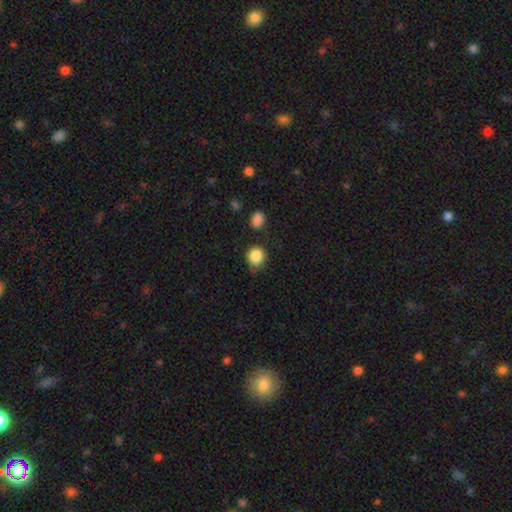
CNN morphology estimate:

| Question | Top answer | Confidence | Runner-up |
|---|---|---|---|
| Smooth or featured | smooth | 88% | star or artifact (9%) |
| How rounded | round | 80% | in between (19%) |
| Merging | none | 72% | minor disturbance (20%) |